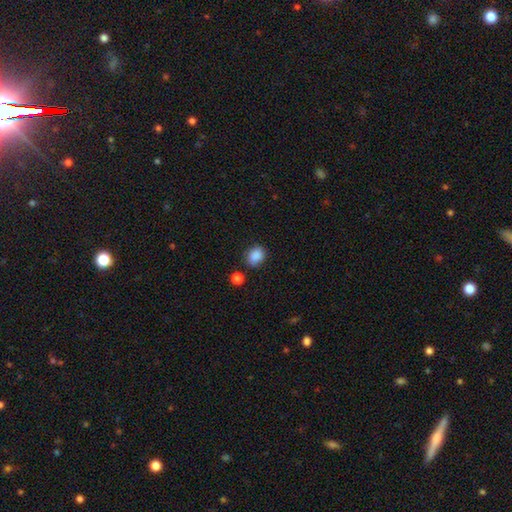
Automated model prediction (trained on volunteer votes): Morphology: type=smooth (88%); roundness=in between (55%); merging=none (78%).